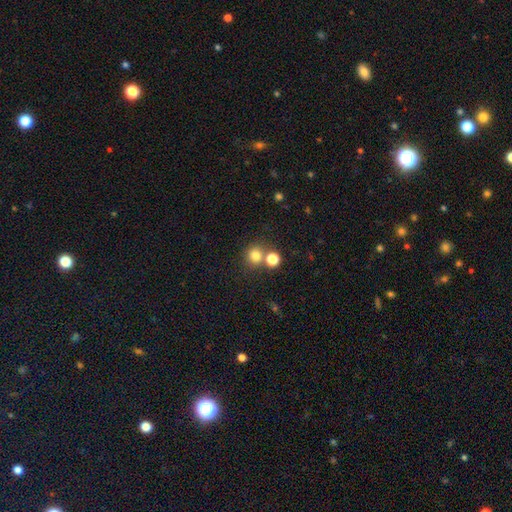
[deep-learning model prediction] Smooth or featured? smooth (78%)
How rounded? round (89%)
Merging? none (65%)